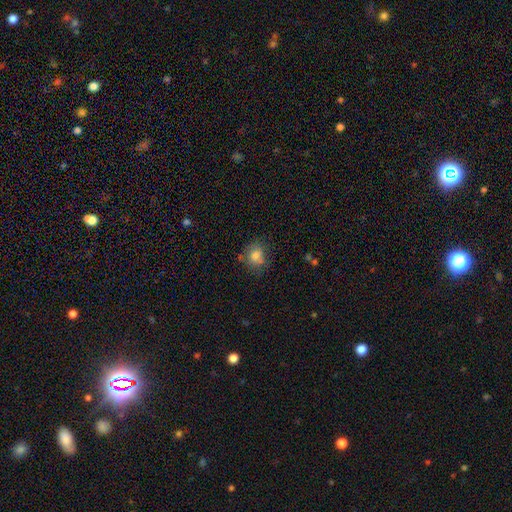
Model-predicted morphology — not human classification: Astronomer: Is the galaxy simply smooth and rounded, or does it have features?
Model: smooth — 77%.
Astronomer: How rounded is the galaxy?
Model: round — 69%.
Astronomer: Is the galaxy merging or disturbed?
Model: none — 64%.